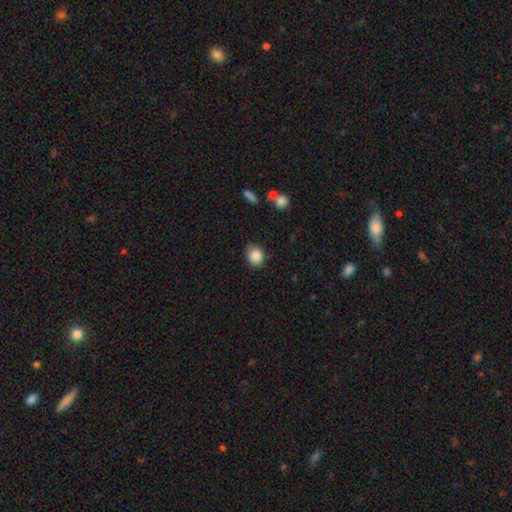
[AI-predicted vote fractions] Morphology: type=smooth (86%); roundness=round (60%); merging=none (75%).